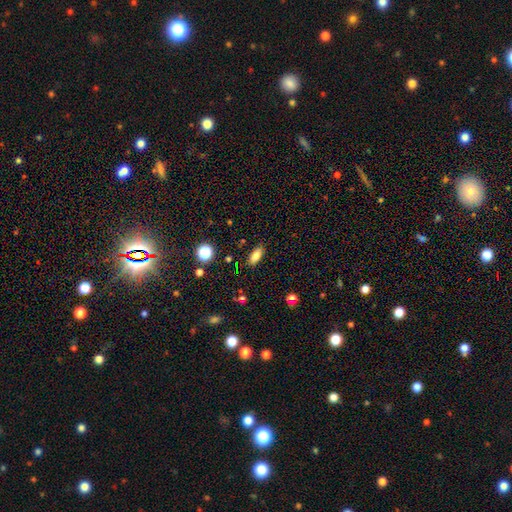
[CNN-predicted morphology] Q: Smooth or featured?
A: smooth (81%); runner-up: star or artifact (11%)
Q: How rounded?
A: in between (80%); runner-up: cigar-shaped (16%)
Q: Merging?
A: none (86%); runner-up: minor disturbance (10%)